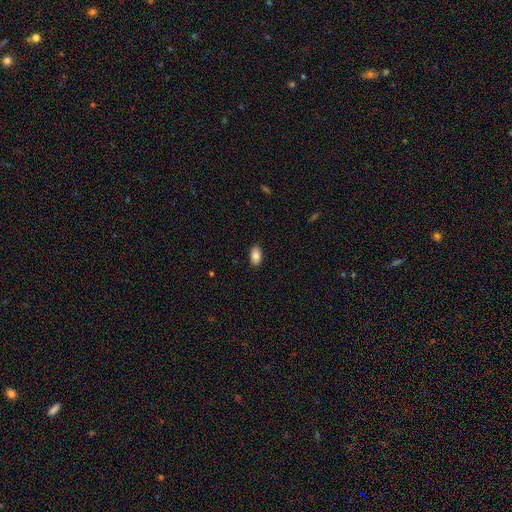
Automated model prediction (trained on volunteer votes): Smooth or featured?
  - smooth: 85% *
  - featured or disk: 8%
  - star or artifact: 7%
How rounded?
  - in between: 93% *
  - round: 5%
  - cigar-shaped: 2%
Merging?
  - none: 89% *
  - minor disturbance: 8%
  - major disturbance: 2%
  - merger: 1%